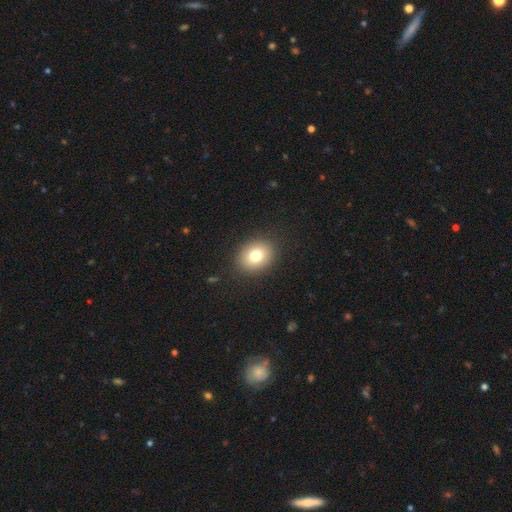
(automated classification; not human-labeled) Overall: smooth (79%). How rounded: in between (54%; round 45%). Merging: none (88%).